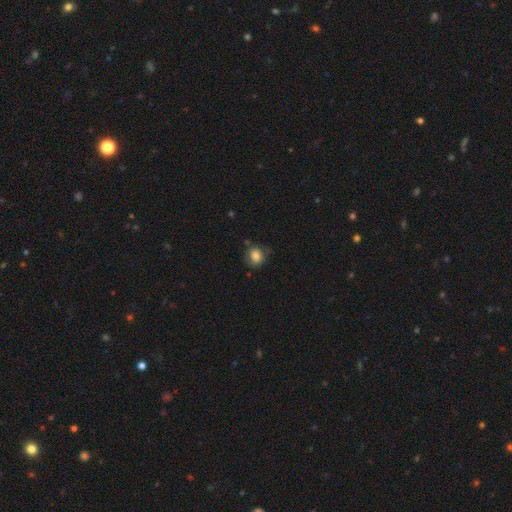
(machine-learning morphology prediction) smooth 76%, featured or disk 15%, star or artifact 9%. Down the decision tree: how rounded — round (71%); merging — none (64%).